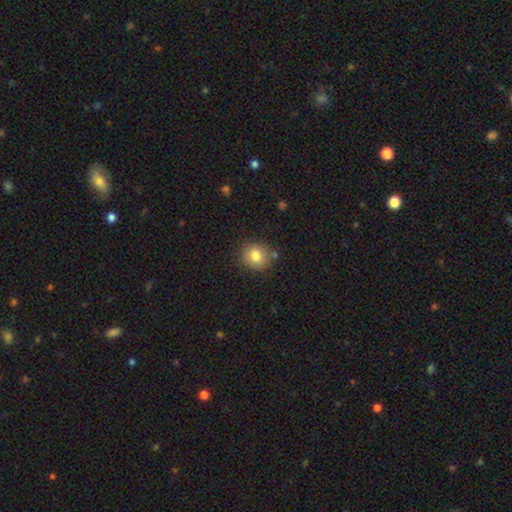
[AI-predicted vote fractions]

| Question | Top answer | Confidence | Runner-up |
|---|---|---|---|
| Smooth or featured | smooth | 81% | star or artifact (10%) |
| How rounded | round | 82% | in between (17%) |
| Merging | none | 80% | minor disturbance (12%) |